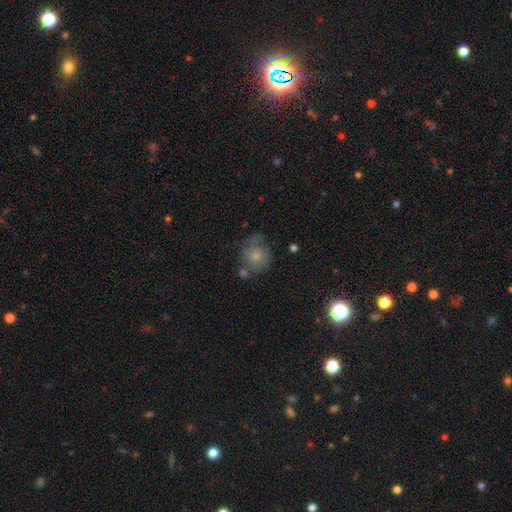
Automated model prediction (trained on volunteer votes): smooth 57%, featured or disk 34%, star or artifact 9%. Down the decision tree: how rounded — round (66%); merging — none (48%).